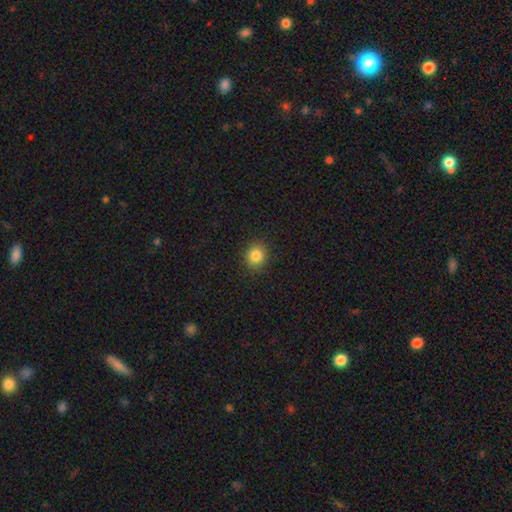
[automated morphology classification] smooth 84%, star or artifact 11%, featured or disk 5%. Down the decision tree: how rounded — round (80%); merging — none (90%).